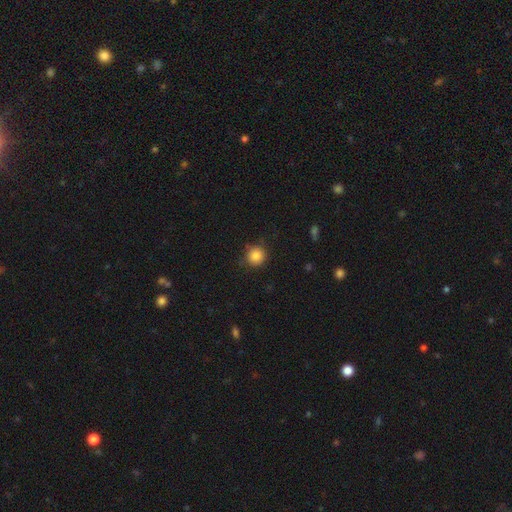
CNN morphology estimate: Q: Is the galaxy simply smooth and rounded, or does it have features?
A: smooth — 85%.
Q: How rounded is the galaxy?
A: round — 92%.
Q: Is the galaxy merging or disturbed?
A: none — 83%.